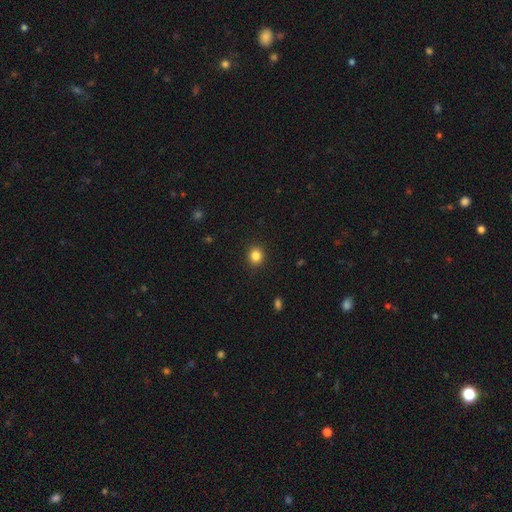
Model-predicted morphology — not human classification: A smooth galaxy with no disk features (84%) that is round (85%).

Vote fractions:
- Smooth or featured? smooth: 84% / star or artifact: 11% / featured or disk: 5%
- How rounded? round: 85% / in between: 14% / cigar-shaped: 1%
- Merging? none: 91% / minor disturbance: 6% / major disturbance: 2% / merger: 1%